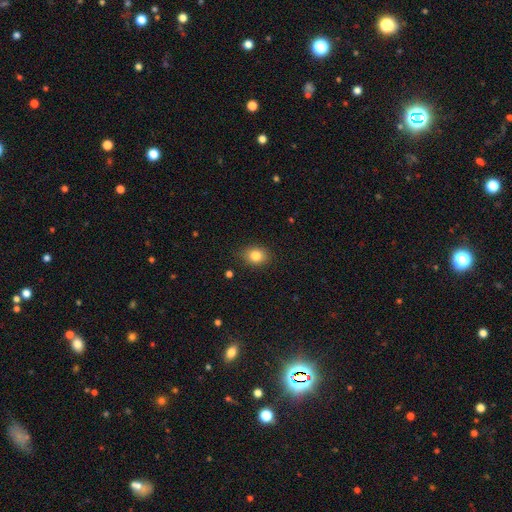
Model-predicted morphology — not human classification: smooth_or_featured: smooth (p=0.83) [alt: star or artifact p=0.10]
how_rounded: in between (p=0.54) [alt: round p=0.45]
merging: none (p=0.86) [alt: minor disturbance p=0.11]